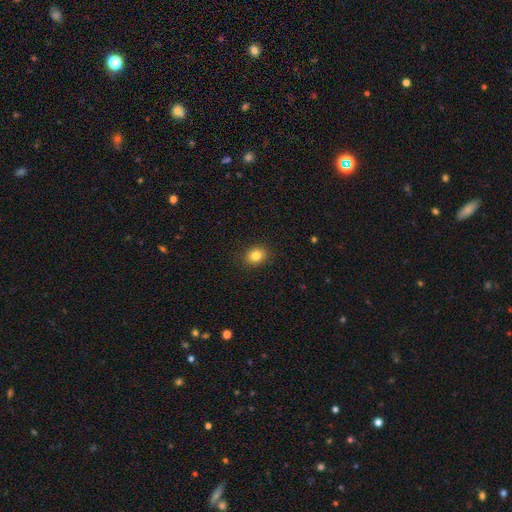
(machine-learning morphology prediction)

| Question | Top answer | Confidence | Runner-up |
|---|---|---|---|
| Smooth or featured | smooth | 84% | star or artifact (10%) |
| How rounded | round | 55% | in between (44%) |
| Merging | none | 89% | minor disturbance (8%) |